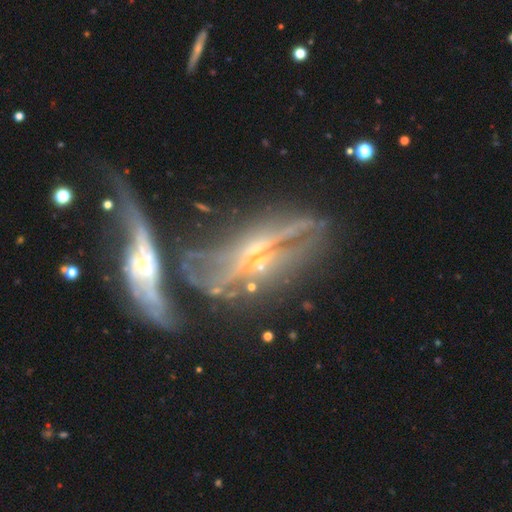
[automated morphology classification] smooth_or_featured: featured or disk (p=0.76) [alt: star or artifact p=0.12]
disk_edge_on: yes (p=0.66) [alt: no p=0.34]
edge_on_bulge: rounded (p=0.66) [alt: none p=0.19]
merging: none (p=0.34) [alt: merger p=0.32]